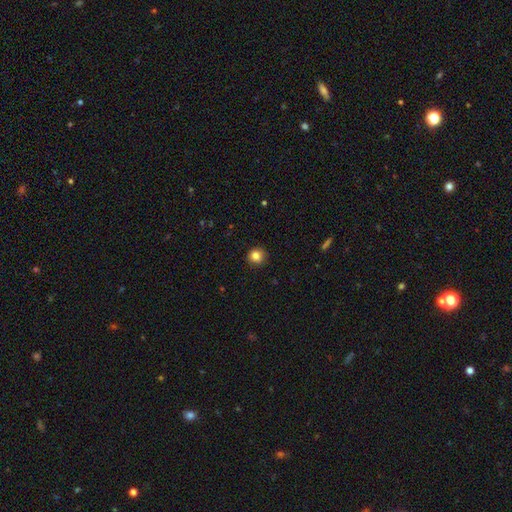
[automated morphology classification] smooth_or_featured: smooth (p=0.83) [alt: star or artifact p=0.11]
how_rounded: round (p=0.90) [alt: in between p=0.10]
merging: none (p=0.90) [alt: minor disturbance p=0.07]